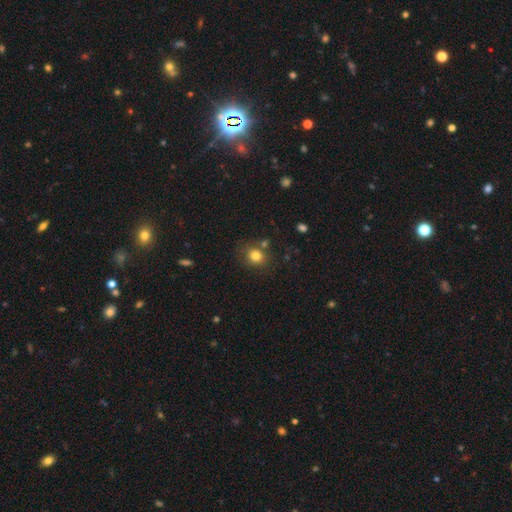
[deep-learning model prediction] Smooth or featured?
  - smooth: 80% *
  - star or artifact: 12%
  - featured or disk: 8%
How rounded?
  - round: 70% *
  - in between: 29%
  - cigar-shaped: 1%
Merging?
  - none: 73% *
  - minor disturbance: 13%
  - merger: 10%
  - major disturbance: 5%